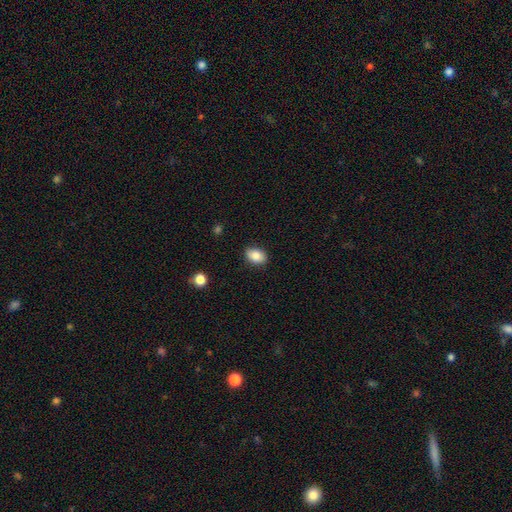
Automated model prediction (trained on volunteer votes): This is clearly a smooth galaxy (85%). How rounded: clearly in between (82%). Merging: clearly none (86%).